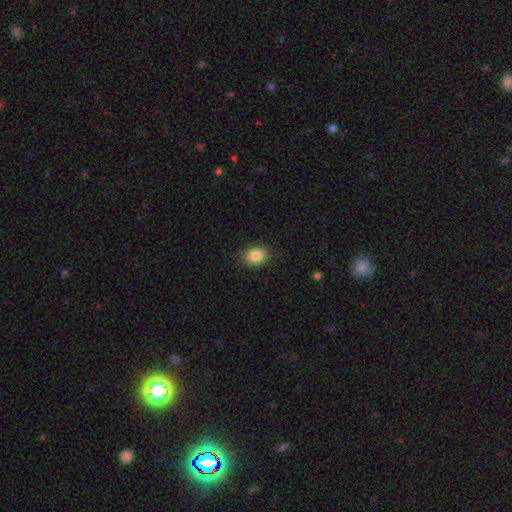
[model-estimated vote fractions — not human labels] Smooth or featured?
  - smooth: 86% *
  - star or artifact: 9%
  - featured or disk: 5%
How rounded?
  - in between: 54% *
  - round: 45%
  - cigar-shaped: 1%
Merging?
  - none: 89% *
  - minor disturbance: 8%
  - major disturbance: 2%
  - merger: 1%